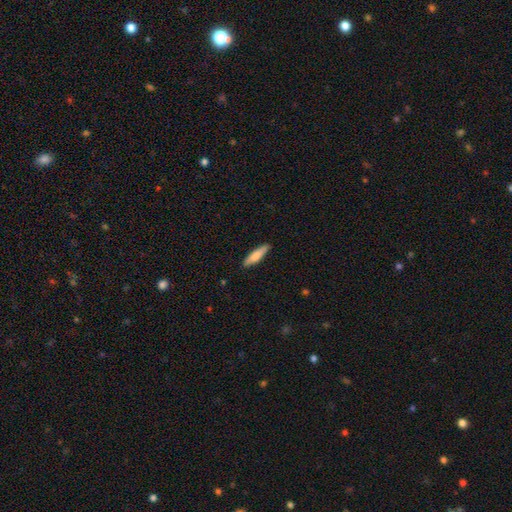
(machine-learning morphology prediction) A smooth galaxy with no disk features (77%) that is cigar-shaped (76%). Merging: none (87%).